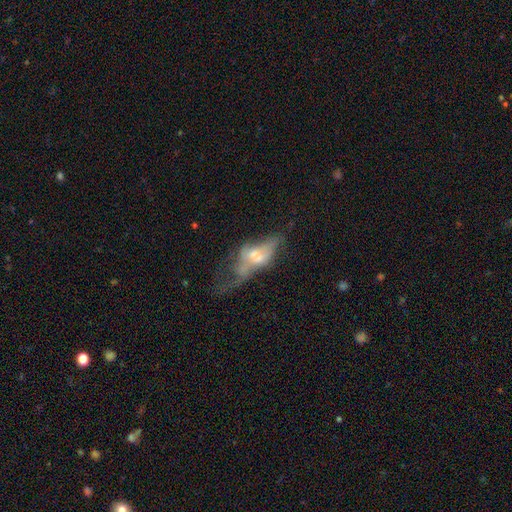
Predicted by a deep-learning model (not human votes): Smooth or featured? Predicted: featured or disk (p=0.56). Edge-on disk? Predicted: no (p=0.80). Merging? Predicted: major disturbance (p=0.51).